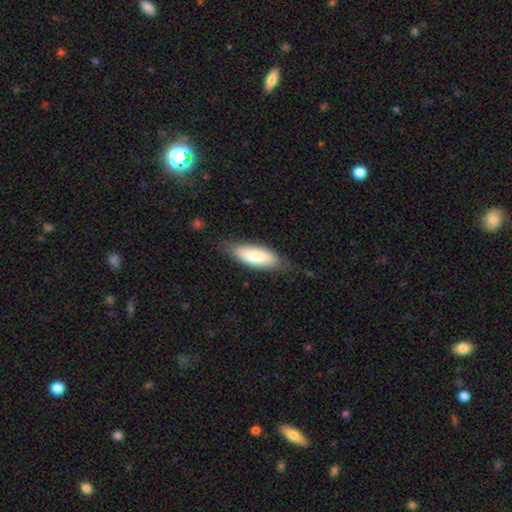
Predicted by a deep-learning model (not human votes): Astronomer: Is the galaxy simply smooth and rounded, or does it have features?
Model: smooth — 74%.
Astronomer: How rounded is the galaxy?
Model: in between — 72%.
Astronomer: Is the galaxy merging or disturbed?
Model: none — 73%.